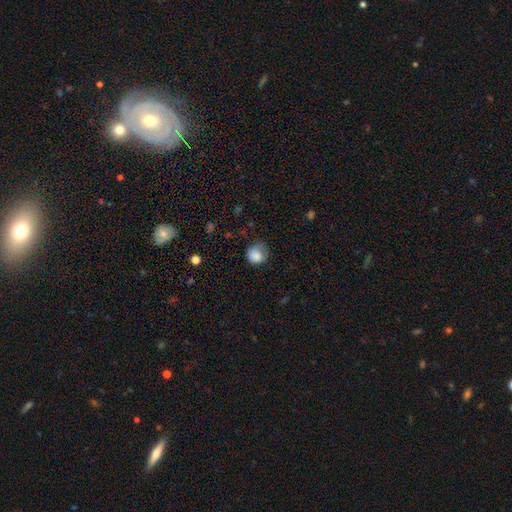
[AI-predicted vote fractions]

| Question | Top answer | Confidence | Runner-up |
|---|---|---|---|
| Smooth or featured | smooth | 81% | featured or disk (10%) |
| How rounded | round | 81% | in between (18%) |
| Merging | none | 52% | minor disturbance (30%) |